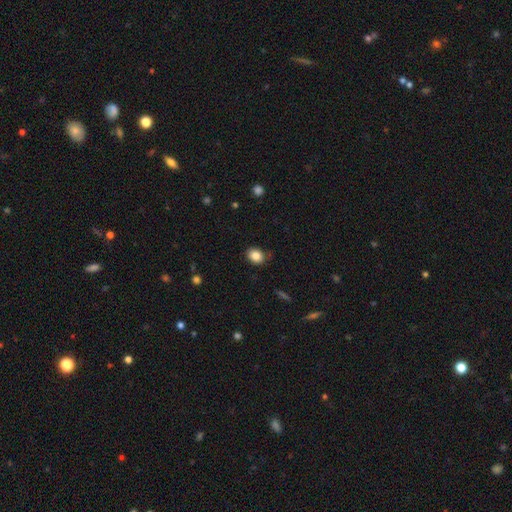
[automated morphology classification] Smooth or featured?
  - smooth: 85% *
  - star or artifact: 10%
  - featured or disk: 5%
How rounded?
  - in between: 52% *
  - round: 47%
  - cigar-shaped: 1%
Merging?
  - none: 79% *
  - minor disturbance: 16%
  - major disturbance: 3%
  - merger: 1%